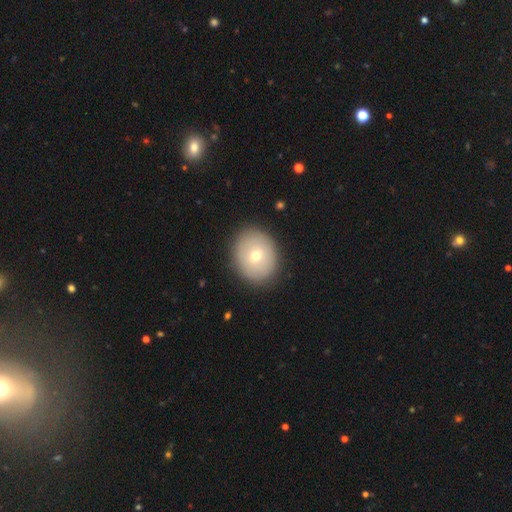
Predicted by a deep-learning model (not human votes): A smooth galaxy with no disk features (67%) that is round (66%). Merging: none (88%).